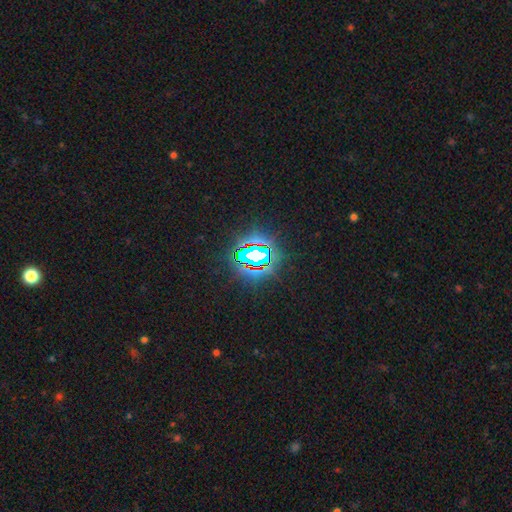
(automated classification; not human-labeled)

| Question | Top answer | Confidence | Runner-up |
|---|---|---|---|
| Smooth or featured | star or artifact | 77% | smooth (13%) |